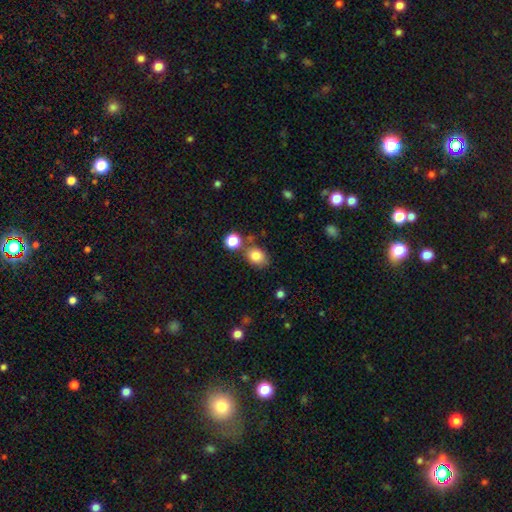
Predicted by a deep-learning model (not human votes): A smooth galaxy with no disk features (82%) that is in between round and cigar-shaped (52%).

Vote fractions:
- Smooth or featured? smooth: 82% / star or artifact: 10% / featured or disk: 7%
- How rounded? in between: 52% / round: 47% / cigar-shaped: 1%
- Merging? none: 65% / minor disturbance: 15% / merger: 15% / major disturbance: 5%